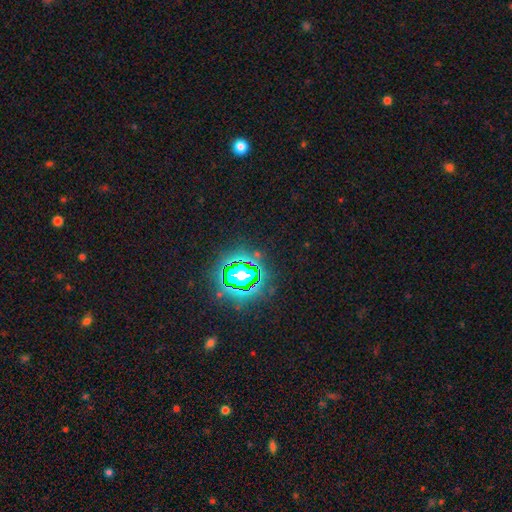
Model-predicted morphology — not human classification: Overall: star or artifact (72%).